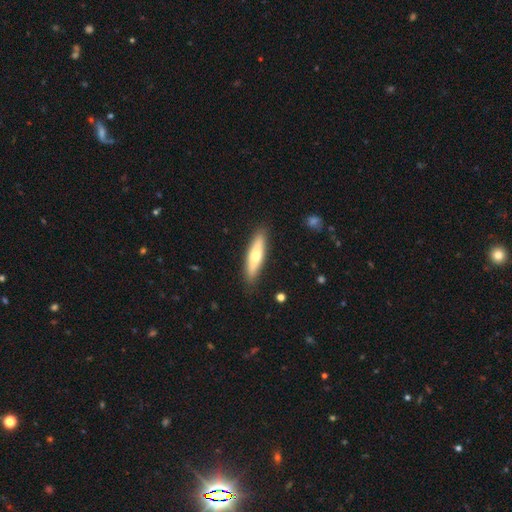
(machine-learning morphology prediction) This is possibly a smooth galaxy (58%). How rounded: likely cigar-shaped (73%). Merging: clearly none (88%).